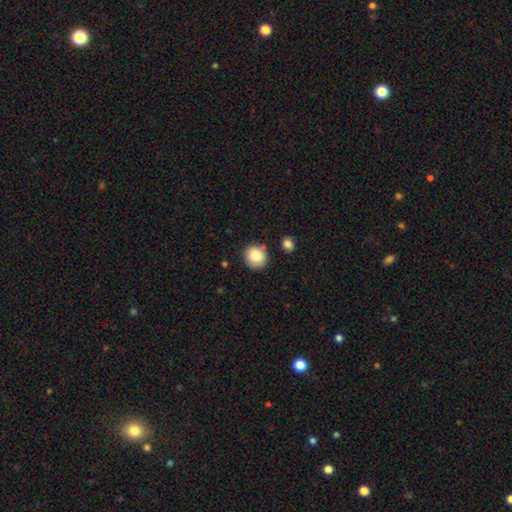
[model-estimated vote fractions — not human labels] This is clearly a smooth galaxy (86%). How rounded: clearly round (85%). Merging: clearly none (80%).